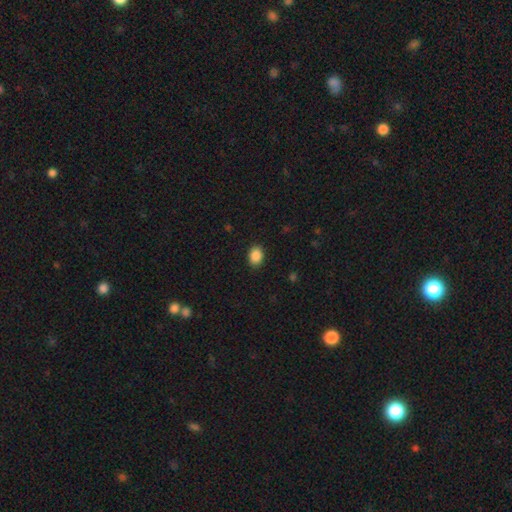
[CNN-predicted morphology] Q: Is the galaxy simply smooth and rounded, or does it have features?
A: smooth — 88%.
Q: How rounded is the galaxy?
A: in between — 66%.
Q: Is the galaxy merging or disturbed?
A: none — 89%.